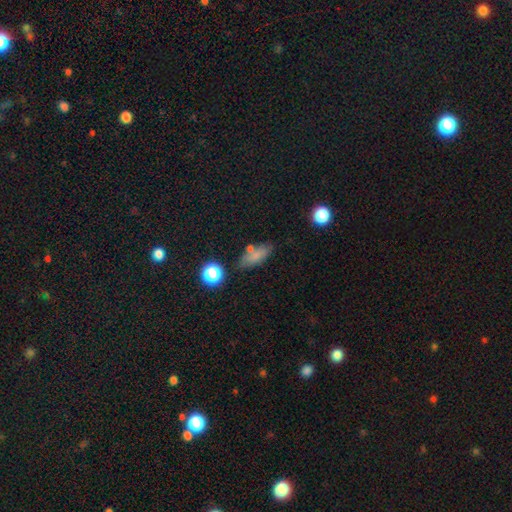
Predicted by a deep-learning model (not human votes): Morphology: type=smooth (75%); roundness=in between (69%); merging=none (71%).